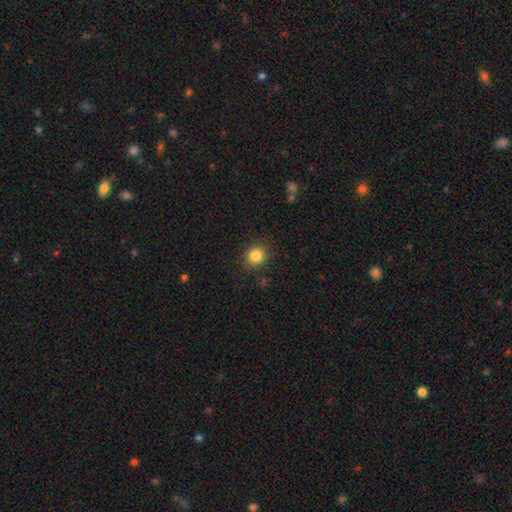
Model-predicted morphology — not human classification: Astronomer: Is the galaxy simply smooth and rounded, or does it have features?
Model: smooth — 84%.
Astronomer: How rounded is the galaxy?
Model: round — 81%.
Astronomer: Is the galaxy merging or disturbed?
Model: none — 86%.